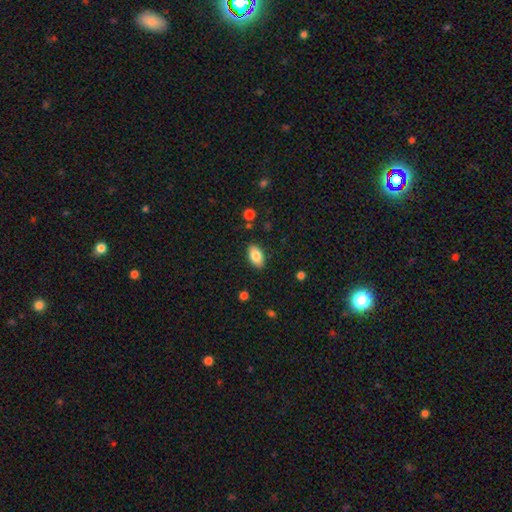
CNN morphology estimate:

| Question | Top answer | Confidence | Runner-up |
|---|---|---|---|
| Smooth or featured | smooth | 82% | featured or disk (11%) |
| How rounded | in between | 92% | round (5%) |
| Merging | none | 87% | minor disturbance (10%) |